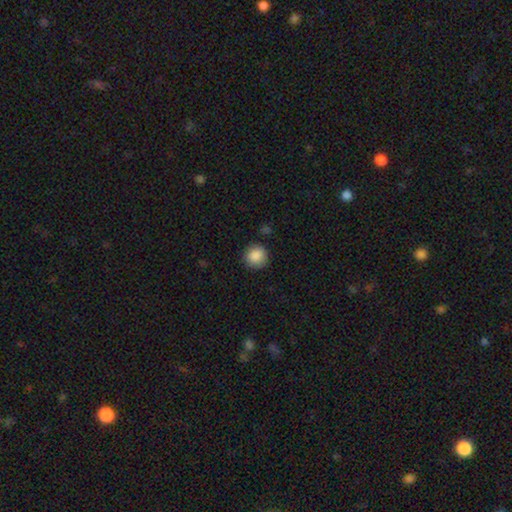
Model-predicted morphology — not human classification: This is clearly a smooth galaxy (88%). How rounded: clearly round (91%). Merging: clearly none (87%).